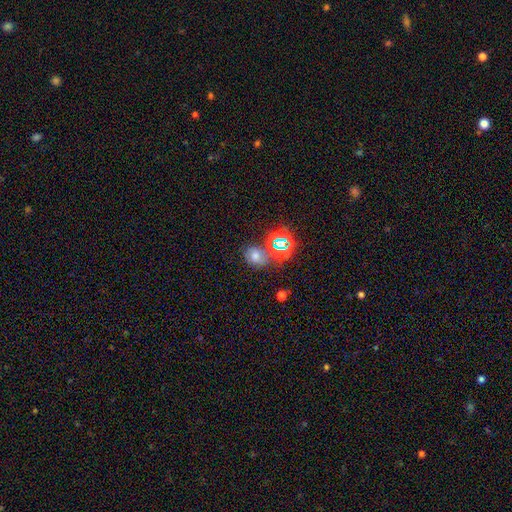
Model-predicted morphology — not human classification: smooth_or_featured: star or artifact (p=0.42) [alt: smooth p=0.39]